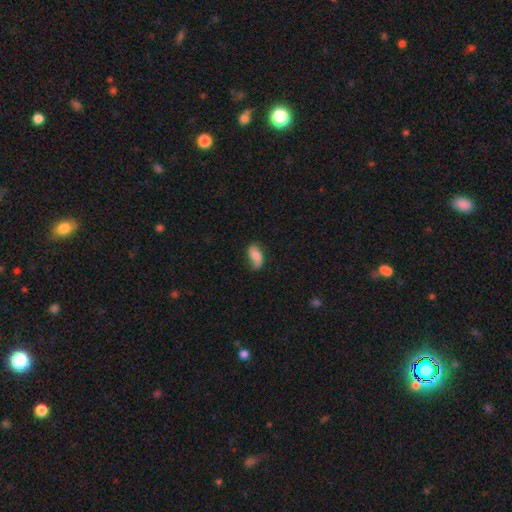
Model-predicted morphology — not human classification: Smooth or featured: smooth — 67% (featured or disk — 25%)
How rounded: in between — 90% (cigar-shaped — 5%)
Merging: none — 63% (minor disturbance — 27%)